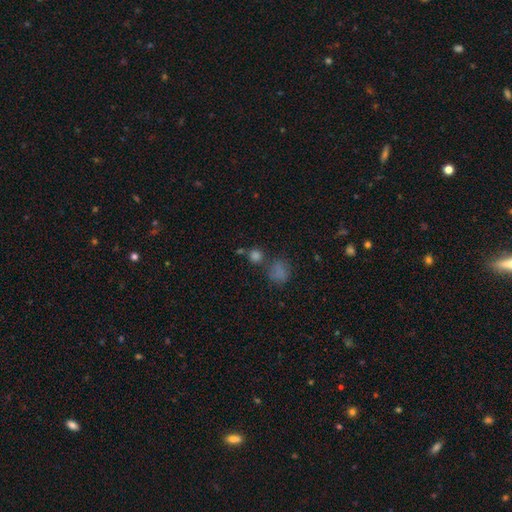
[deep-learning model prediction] Smooth or featured: smooth — 70% (star or artifact — 23%)
How rounded: round — 83% (in between — 15%)
Merging: none — 63% (merger — 21%)